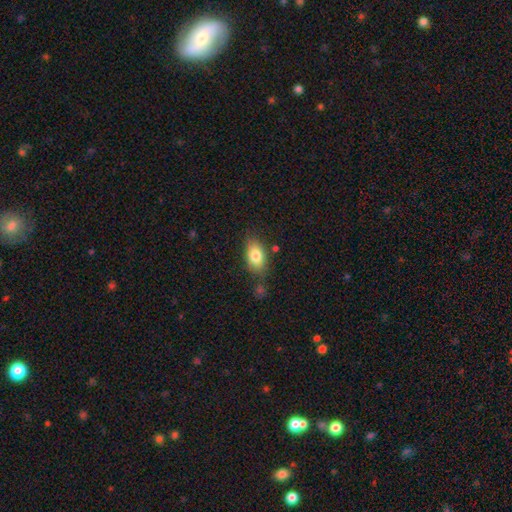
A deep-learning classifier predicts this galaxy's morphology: Smooth or featured? Predicted: smooth (p=0.81). How rounded? Predicted: in between (p=0.89). Merging? Predicted: none (p=0.73).